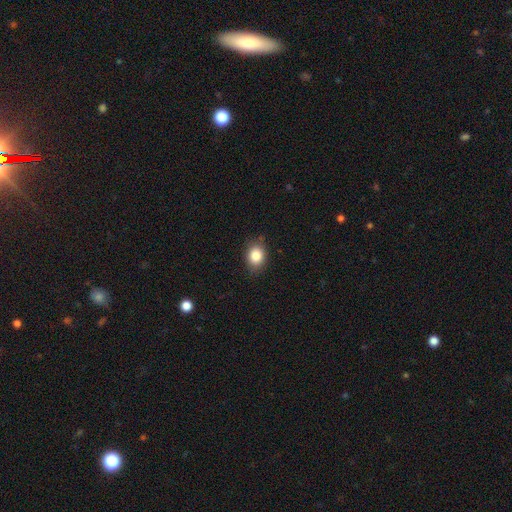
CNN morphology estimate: type=smooth (85%); roundness=in between (53%); merging=none (82%).